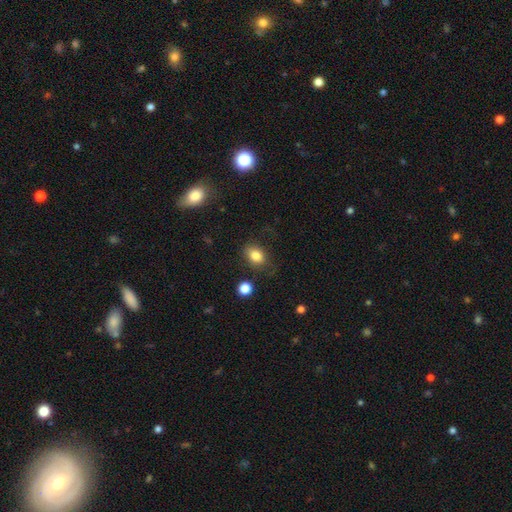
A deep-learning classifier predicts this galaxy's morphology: Smooth or featured? Predicted: smooth (p=0.82). How rounded? Predicted: in between (p=0.71). Merging? Predicted: none (p=0.73).